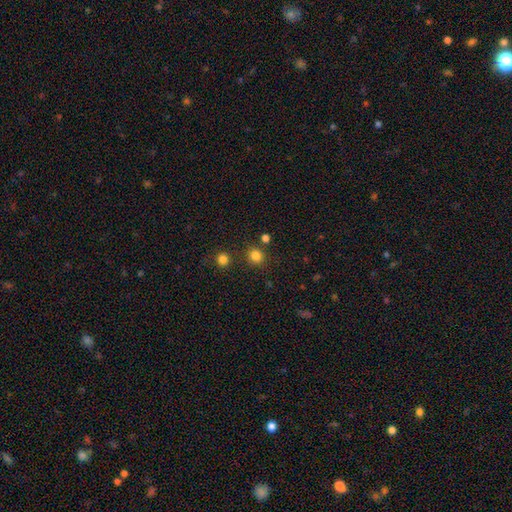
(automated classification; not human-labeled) Smooth or featured? Predicted: smooth (p=0.81). How rounded? Predicted: round (p=0.88). Merging? Predicted: none (p=0.84).